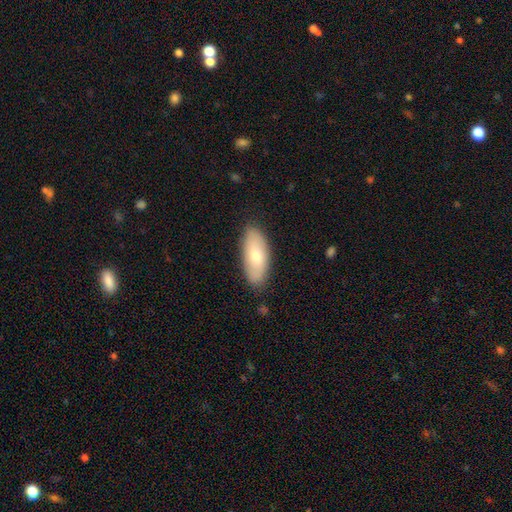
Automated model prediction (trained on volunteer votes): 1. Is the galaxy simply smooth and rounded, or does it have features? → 74% smooth, 21% featured or disk, 6% star or artifact.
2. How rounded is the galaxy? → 86% in between, 12% cigar-shaped, 2% round.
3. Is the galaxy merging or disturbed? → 84% none, 13% minor disturbance, 3% major disturbance, 1% merger.